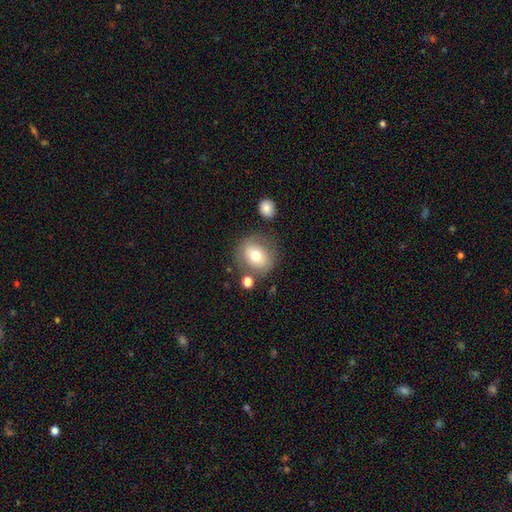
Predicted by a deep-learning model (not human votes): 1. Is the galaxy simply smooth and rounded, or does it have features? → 69% smooth, 22% featured or disk, 9% star or artifact.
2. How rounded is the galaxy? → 73% round, 26% in between, 1% cigar-shaped.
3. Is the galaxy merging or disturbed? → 72% none, 15% minor disturbance, 7% merger, 6% major disturbance.